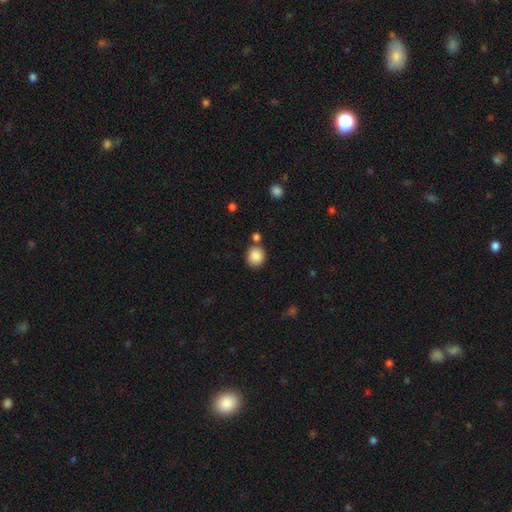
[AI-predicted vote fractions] Smooth or featured?
  - smooth: 87% *
  - star or artifact: 9%
  - featured or disk: 4%
How rounded?
  - round: 83% *
  - in between: 16%
  - cigar-shaped: 1%
Merging?
  - none: 75% *
  - merger: 12%
  - minor disturbance: 10%
  - major disturbance: 3%